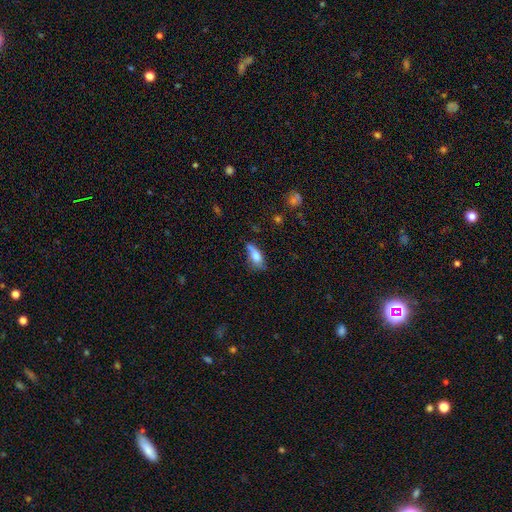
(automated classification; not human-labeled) smooth-or-featured: smooth: 66% | featured or disk: 26% | star or artifact: 8%
  how-rounded: in between: 74% | cigar-shaped: 21% | round: 4%
  merging: none: 45% | minor disturbance: 34% | major disturbance: 16% | merger: 5%